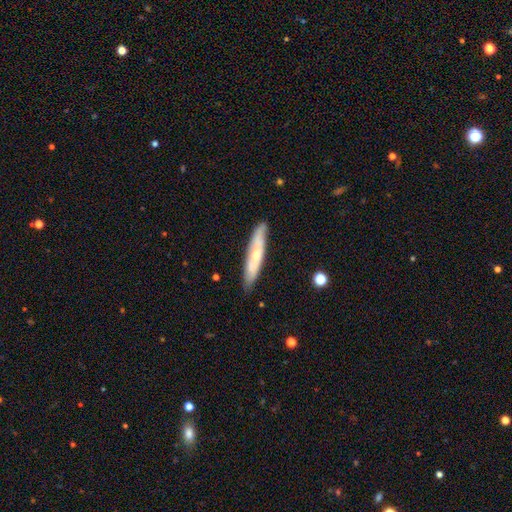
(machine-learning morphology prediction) smooth-or-featured: featured or disk: 48% | smooth: 46% | star or artifact: 6%
  merging: none: 85% | minor disturbance: 12% | major disturbance: 2% | merger: 1%